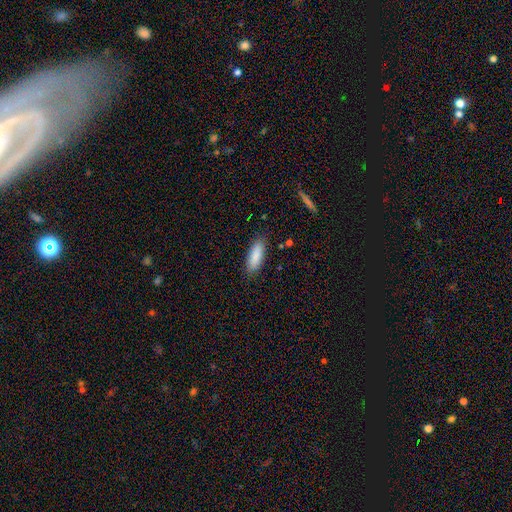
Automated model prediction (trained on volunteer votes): smooth 88%, star or artifact 6%, featured or disk 6%. Down the decision tree: how rounded — in between (63%); merging — none (86%).